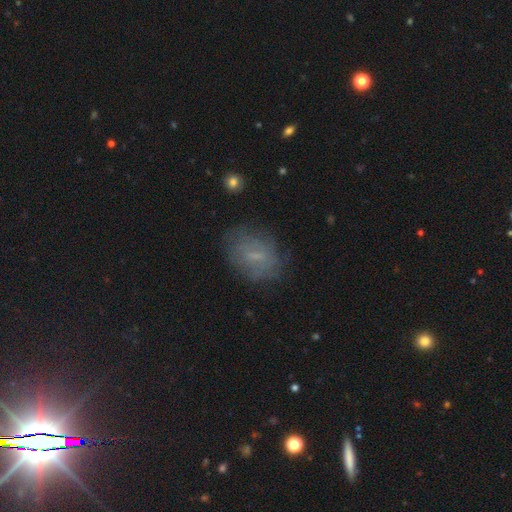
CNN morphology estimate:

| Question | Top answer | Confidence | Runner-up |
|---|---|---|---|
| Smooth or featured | smooth | 52% | featured or disk (33%) |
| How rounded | in between | 69% | round (29%) |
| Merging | none | 73% | minor disturbance (18%) |